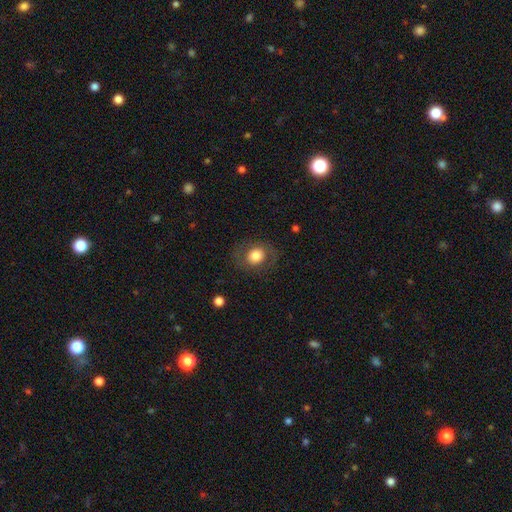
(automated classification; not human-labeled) This appears to be a smooth galaxy with no disk features (74%) that is round (63%). Merging: none (80%).